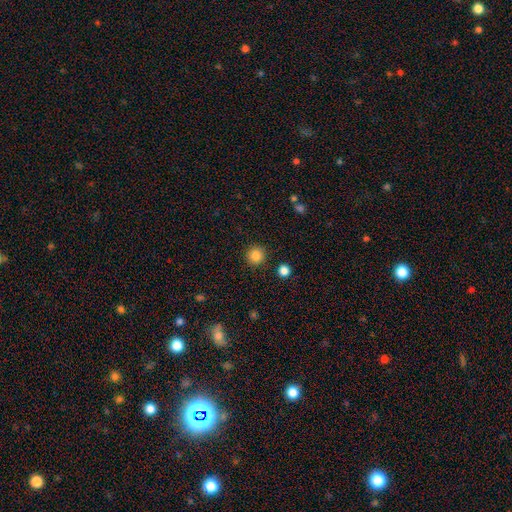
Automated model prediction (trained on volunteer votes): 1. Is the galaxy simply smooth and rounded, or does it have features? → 85% smooth, 11% star or artifact, 4% featured or disk.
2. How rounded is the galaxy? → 95% round, 4% in between, 1% cigar-shaped.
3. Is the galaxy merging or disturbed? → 92% none, 5% minor disturbance, 2% major disturbance, 2% merger.